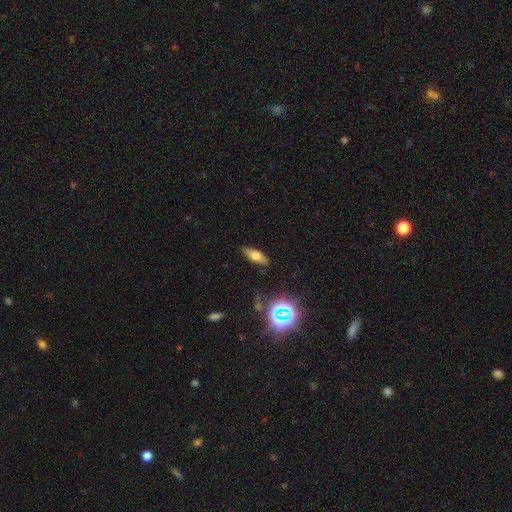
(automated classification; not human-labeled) A smooth galaxy with no disk features (59%) that is in between round and cigar-shaped (57%). Merging: none (87%).